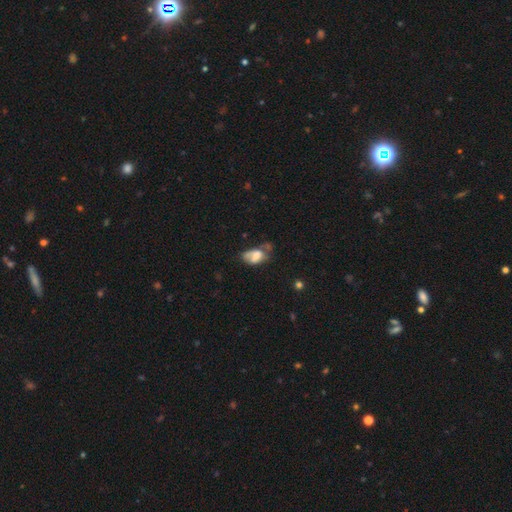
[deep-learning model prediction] Overall: smooth (59%; featured or disk 31%). How rounded: in between (88%). Merging: minor disturbance (31%; major disturbance 27%).